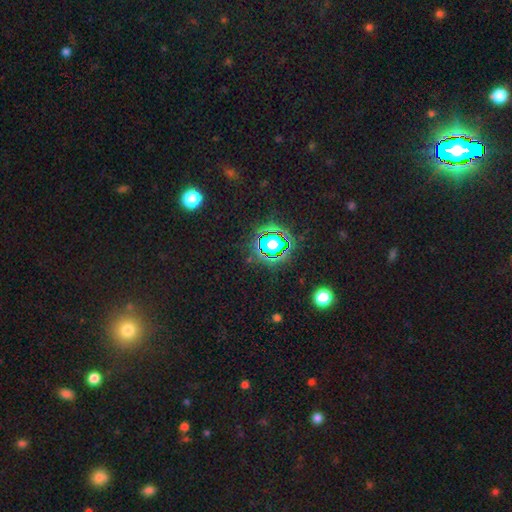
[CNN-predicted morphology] A star or artifact, not a galaxy (79%).